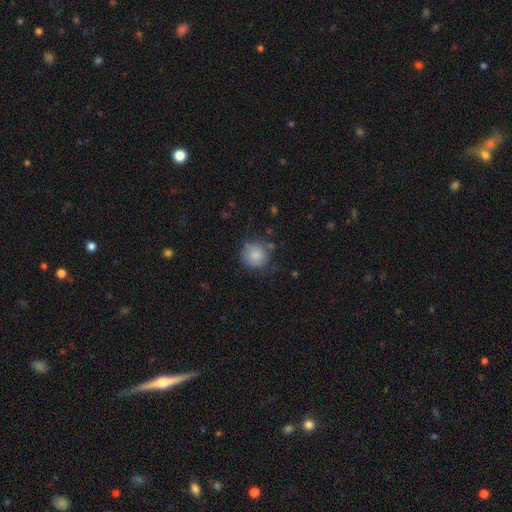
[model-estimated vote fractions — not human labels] A smooth galaxy with no disk features (83%) that is round (90%). Merging: none (71%).